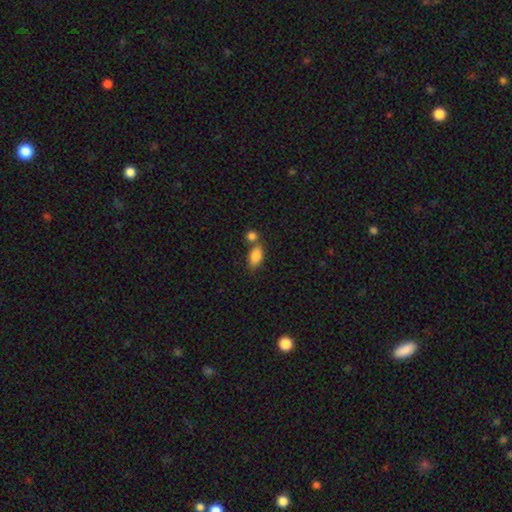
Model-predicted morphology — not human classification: Smooth or featured? Predicted: smooth (p=0.85). How rounded? Predicted: in between (p=0.88). Merging? Predicted: none (p=0.52).